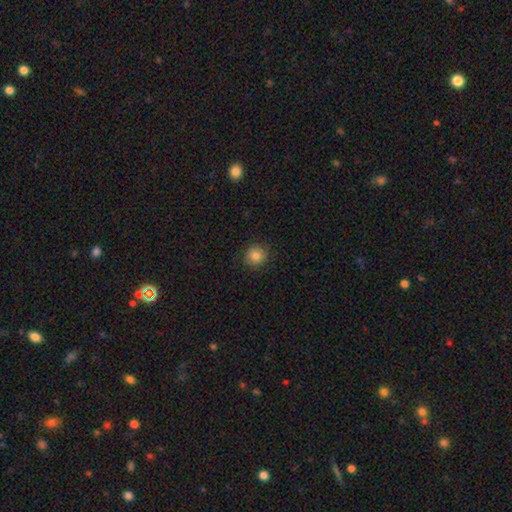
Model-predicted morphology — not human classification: Smooth or featured: smooth — 84% (star or artifact — 10%)
How rounded: round — 89% (in between — 10%)
Merging: none — 88% (minor disturbance — 8%)